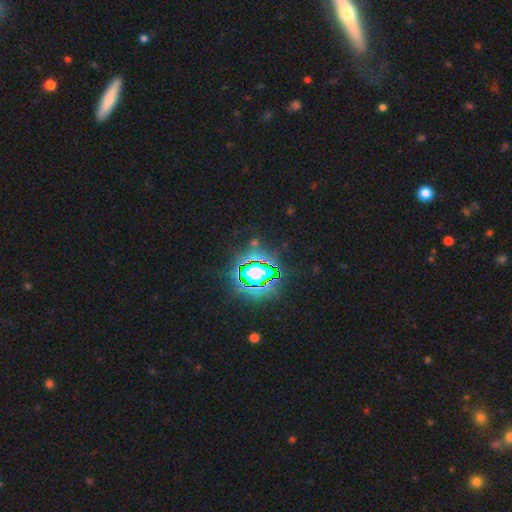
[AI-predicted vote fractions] Smooth or featured: star or artifact — 82% (smooth — 11%)